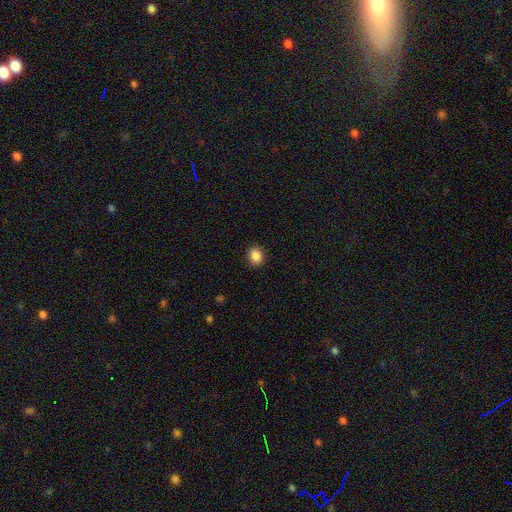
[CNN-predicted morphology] This appears to be a smooth galaxy with no disk features (87%) that is round (53%). Merging: none (90%).